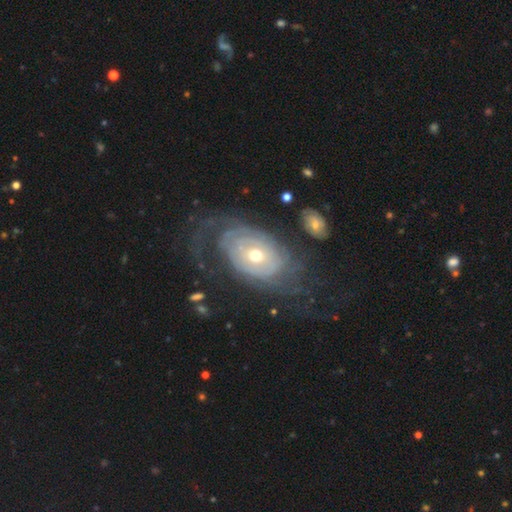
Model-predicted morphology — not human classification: Smooth or featured?
  - featured or disk: 80% *
  - smooth: 14%
  - star or artifact: 6%
Edge-on disk?
  - no: 95% *
  - yes: 5%
Bar?
  - no: 80% *
  - weak: 15%
  - strong: 5%
Spiral arms?
  - yes: 79% *
  - no: 21%
Spiral winding?
  - tight: 67% *
  - medium: 21%
  - loose: 12%
Spiral arm count?
  - can't tell: 46% *
  - 2: 25%
  - 3: 10%
  - 1: 8%
  - 4: 6%
  - more than 4: 5%
Bulge size?
  - moderate: 57% *
  - small: 37%
  - large: 4%
  - dominant: 1%
  - none: 1%
Merging?
  - none: 54% *
  - major disturbance: 25%
  - minor disturbance: 18%
  - merger: 4%